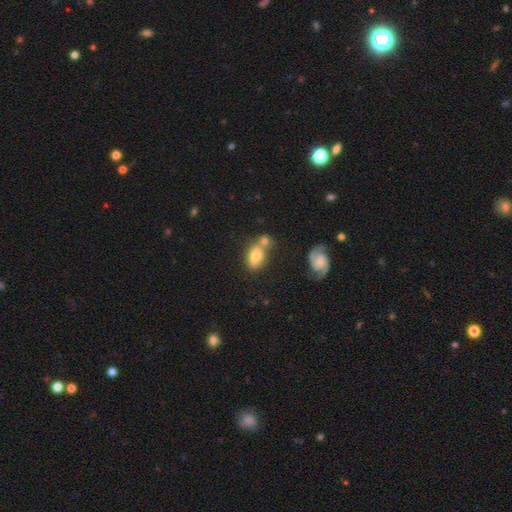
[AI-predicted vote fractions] This is likely a smooth galaxy (75%). How rounded: clearly in between (85%). Merging: possibly none (48%).